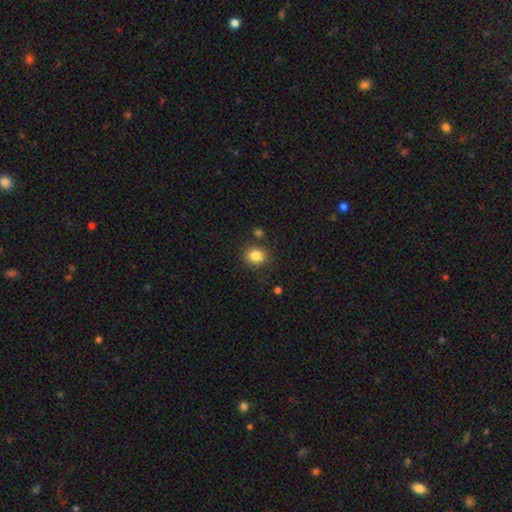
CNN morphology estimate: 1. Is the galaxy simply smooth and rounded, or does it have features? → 84% smooth, 10% star or artifact, 6% featured or disk.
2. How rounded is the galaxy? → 63% round, 36% in between, 1% cigar-shaped.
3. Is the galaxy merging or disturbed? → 82% none, 10% minor disturbance, 4% merger, 3% major disturbance.